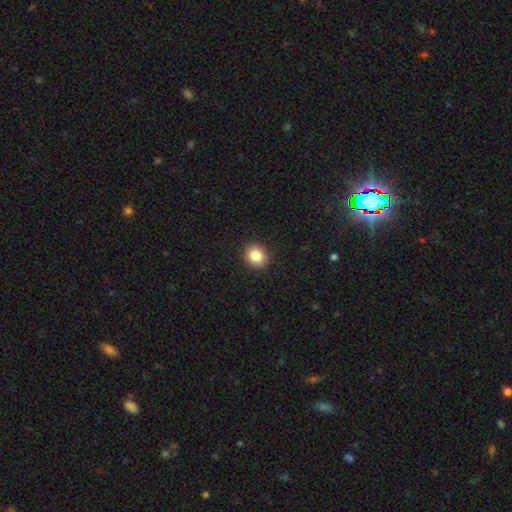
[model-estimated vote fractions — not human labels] Q: Smooth or featured?
A: smooth (86%); runner-up: star or artifact (9%)
Q: How rounded?
A: round (78%); runner-up: in between (21%)
Q: Merging?
A: none (92%); runner-up: minor disturbance (6%)